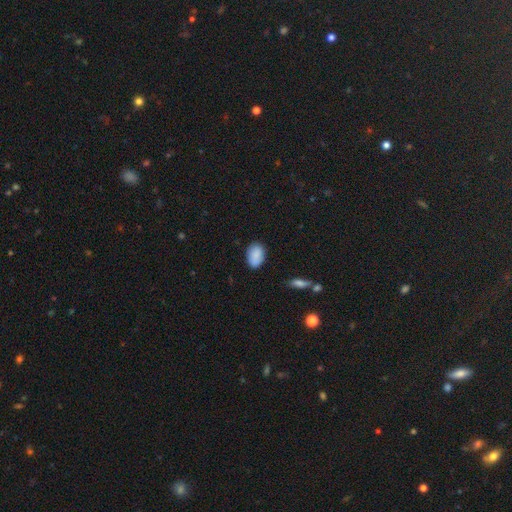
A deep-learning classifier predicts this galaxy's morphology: This is clearly a smooth galaxy (88%). How rounded: clearly in between (88%). Merging: clearly none (80%).